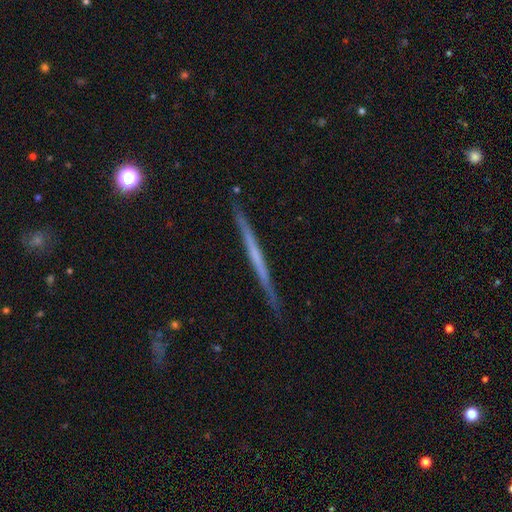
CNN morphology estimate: smooth_or_featured: featured or disk (p=0.61) [alt: smooth p=0.33]
disk_edge_on: yes (p=0.98) [alt: no p=0.02]
edge_on_bulge: none (p=0.89) [alt: rounded p=0.07]
merging: none (p=0.90) [alt: minor disturbance p=0.07]